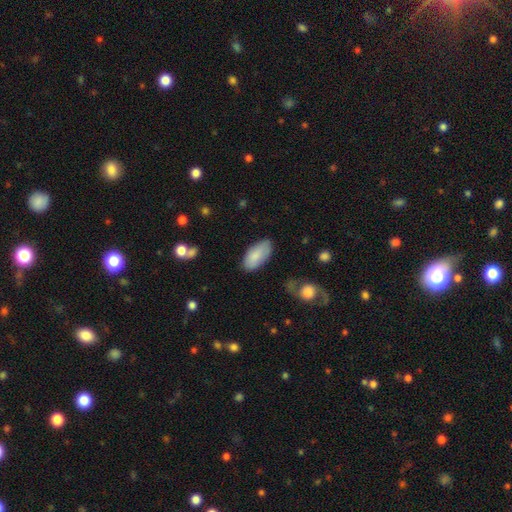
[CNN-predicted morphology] Smooth or featured?
  - smooth: 84% *
  - featured or disk: 10%
  - star or artifact: 6%
How rounded?
  - in between: 94% *
  - cigar-shaped: 4%
  - round: 2%
Merging?
  - none: 76% *
  - minor disturbance: 17%
  - major disturbance: 4%
  - merger: 2%